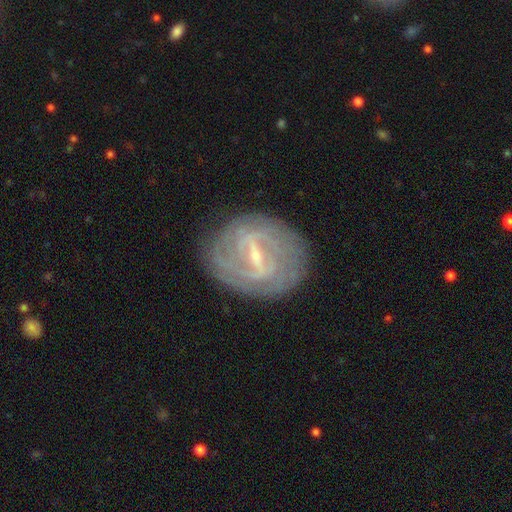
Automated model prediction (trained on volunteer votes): Smooth or featured?
  - featured or disk: 85% *
  - smooth: 9%
  - star or artifact: 6%
Edge-on disk?
  - no: 96% *
  - yes: 4%
Bar?
  - strong: 57% *
  - weak: 35%
  - no: 7%
Spiral arms?
  - yes: 87% *
  - no: 13%
Spiral winding?
  - tight: 71% *
  - medium: 22%
  - loose: 7%
Spiral arm count?
  - can't tell: 40% *
  - 2: 32%
  - 3: 11%
  - 4: 8%
  - more than 4: 5%
  - 1: 5%
Bulge size?
  - small: 68% *
  - moderate: 24%
  - none: 5%
  - large: 2%
  - dominant: 1%
Merging?
  - none: 81% *
  - minor disturbance: 13%
  - major disturbance: 5%
  - merger: 1%